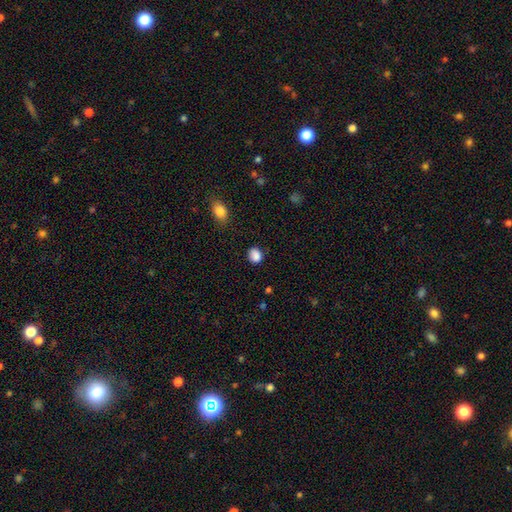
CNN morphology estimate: A smooth galaxy with no disk features (87%) that is round (63%).

Vote fractions:
- Smooth or featured? smooth: 87% / star or artifact: 9% / featured or disk: 3%
- How rounded? round: 63% / in between: 36% / cigar-shaped: 1%
- Merging? none: 81% / minor disturbance: 14% / major disturbance: 3% / merger: 2%